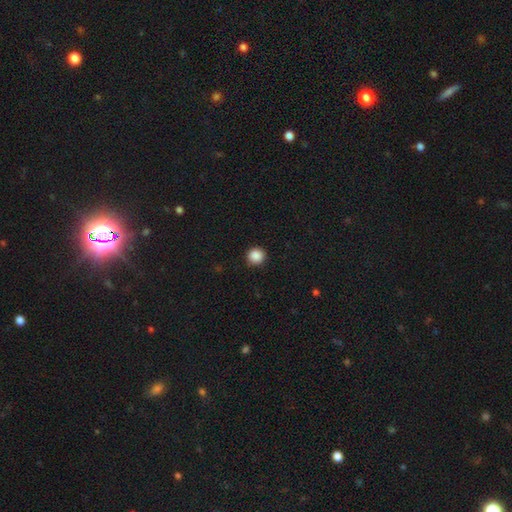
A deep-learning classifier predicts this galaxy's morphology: The model was most divided on "smooth or featured": smooth: 88%, star or artifact: 10%, featured or disk: 3%. More confident: how rounded — round (93%); merging — none (91%).